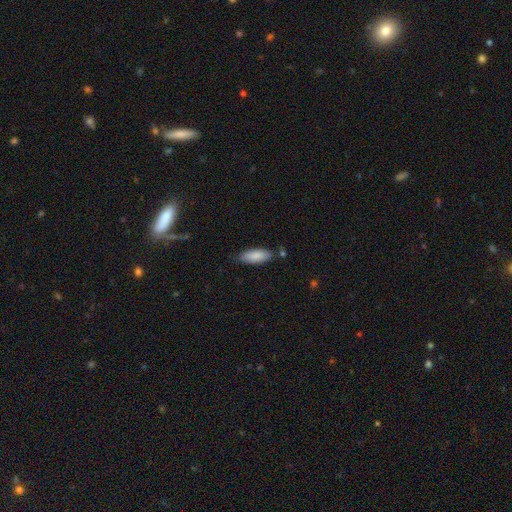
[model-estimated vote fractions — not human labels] This appears to be a smooth galaxy with no disk features (87%) that is in between round and cigar-shaped (74%). Merging: none (77%).